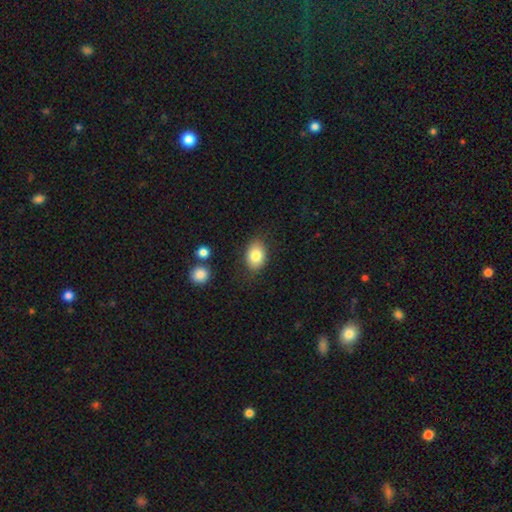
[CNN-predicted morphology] Smooth or featured? smooth (82%)
How rounded? in between (79%)
Merging? none (81%)